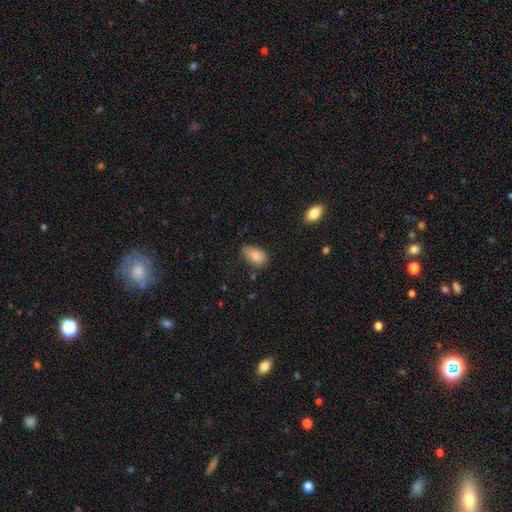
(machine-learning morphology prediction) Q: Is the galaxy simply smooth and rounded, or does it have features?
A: smooth — 79%.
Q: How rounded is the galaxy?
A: in between — 89%.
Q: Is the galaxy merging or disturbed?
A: none — 64%.